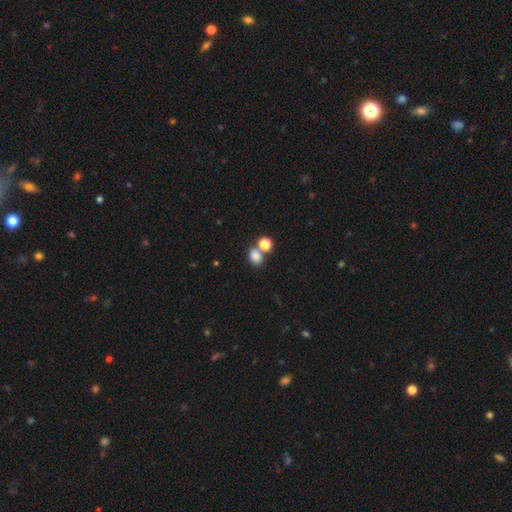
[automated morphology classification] The model was most divided on "merging": none: 51%, merger: 35%, minor disturbance: 10%, major disturbance: 4%. More confident: smooth or featured — smooth (81%); how rounded — in between (58%).